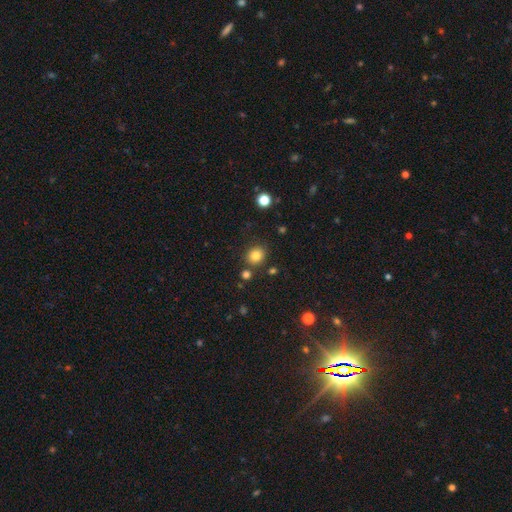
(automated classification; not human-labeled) Smooth or featured? smooth (82%)
How rounded? round (79%)
Merging? none (83%)